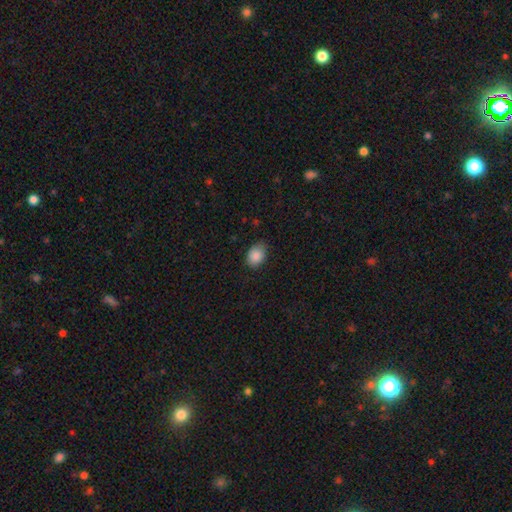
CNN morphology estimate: Smooth or featured? smooth (87%)
How rounded? in between (69%)
Merging? none (76%)